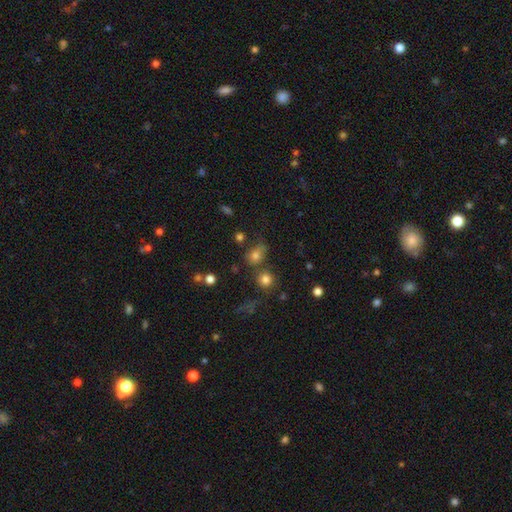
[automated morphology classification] A smooth galaxy with no disk features (66%) that is round (61%).

Vote fractions:
- Smooth or featured? smooth: 66% / star or artifact: 25% / featured or disk: 10%
- How rounded? round: 61% / in between: 37% / cigar-shaped: 2%
- Merging? none: 61% / minor disturbance: 16% / merger: 14% / major disturbance: 8%